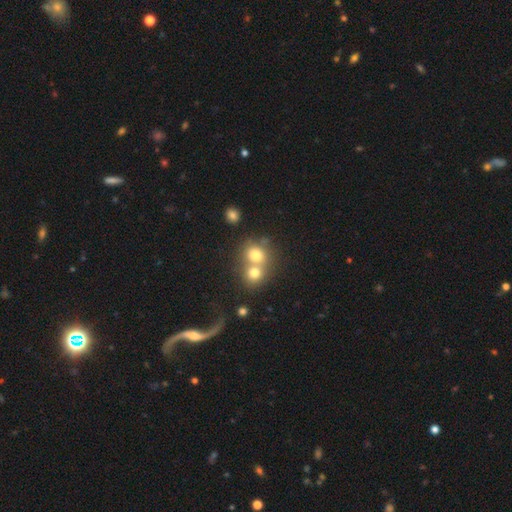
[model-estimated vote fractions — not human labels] A smooth galaxy with no disk features (73%) that is round (78%). Merging: merger (61%).